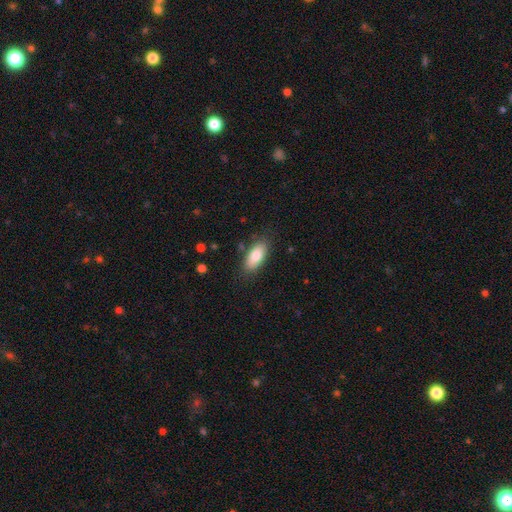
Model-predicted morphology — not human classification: Overall: smooth (80%). How rounded: in between (84%). Merging: none (83%).